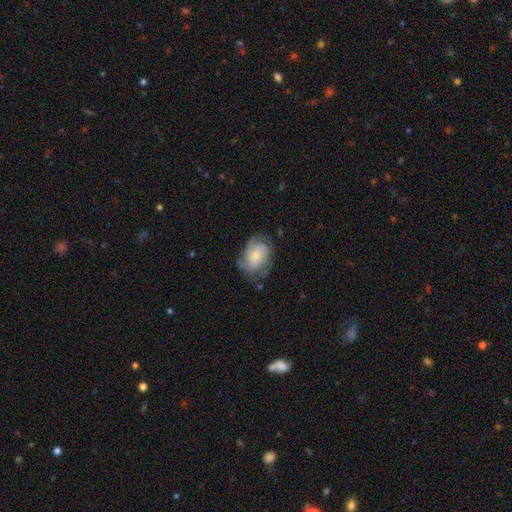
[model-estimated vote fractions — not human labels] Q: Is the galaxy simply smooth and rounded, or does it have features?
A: featured or disk — 66%.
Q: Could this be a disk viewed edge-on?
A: no — 97%.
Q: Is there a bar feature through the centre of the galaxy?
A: no — 68%.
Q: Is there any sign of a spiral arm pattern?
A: yes — 90%.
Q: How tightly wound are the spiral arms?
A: tight — 47%.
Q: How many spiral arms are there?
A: can't tell — 32%.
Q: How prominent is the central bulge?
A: small — 49%.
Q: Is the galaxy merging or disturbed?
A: none — 63%.